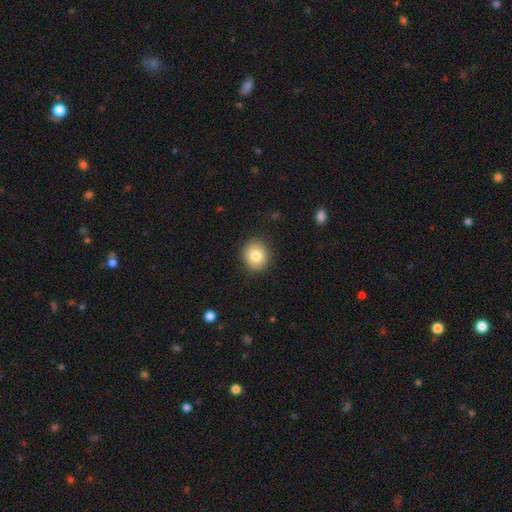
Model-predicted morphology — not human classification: Smooth or featured? smooth (81%)
How rounded? round (80%)
Merging? none (89%)